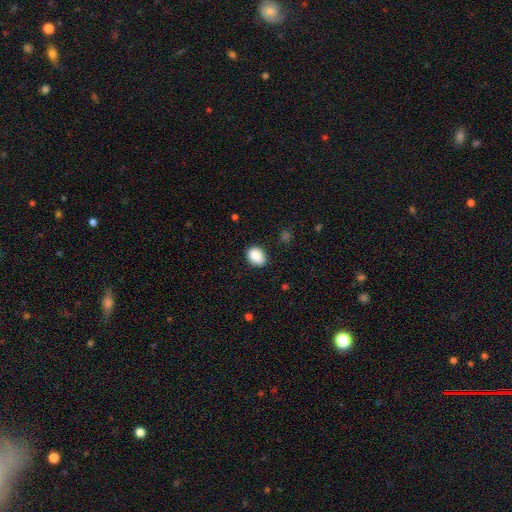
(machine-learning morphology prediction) smooth-or-featured: smooth: 89% | star or artifact: 8% | featured or disk: 4%
  how-rounded: in between: 72% | round: 27% | cigar-shaped: 1%
  merging: none: 85% | minor disturbance: 12% | major disturbance: 2% | merger: 1%